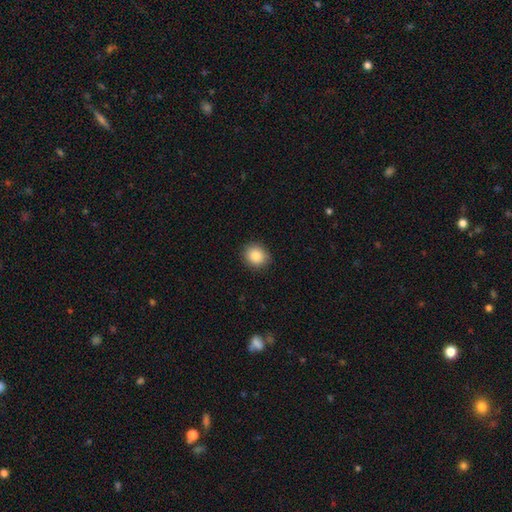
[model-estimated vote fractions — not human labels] This is clearly a smooth galaxy (85%). How rounded: likely round (76%). Merging: clearly none (89%).